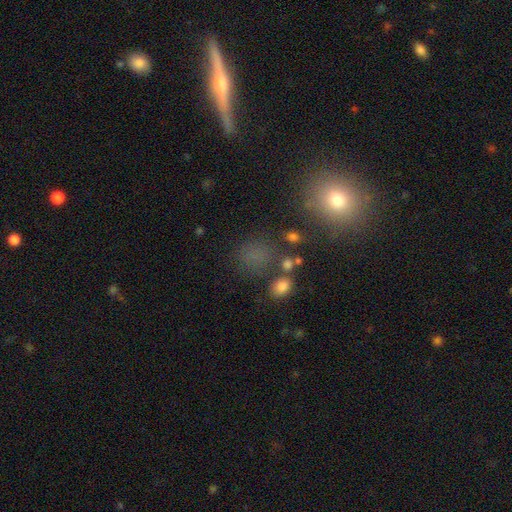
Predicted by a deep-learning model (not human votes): Smooth or featured?
  - smooth: 63% *
  - star or artifact: 28%
  - featured or disk: 9%
How rounded?
  - round: 67% *
  - in between: 31%
  - cigar-shaped: 2%
Merging?
  - none: 70% *
  - minor disturbance: 13%
  - major disturbance: 8%
  - merger: 8%